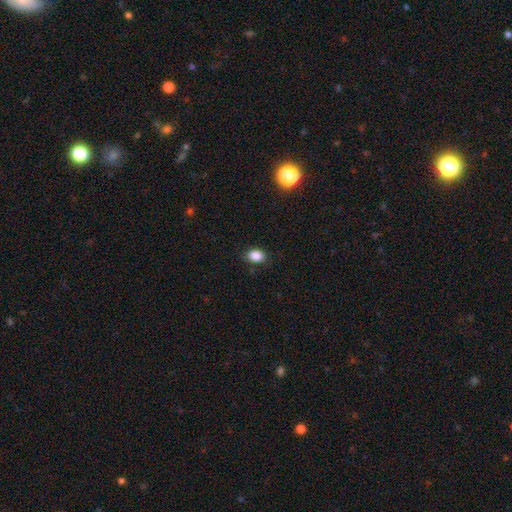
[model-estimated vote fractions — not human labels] A smooth galaxy with no disk features (87%) that is in between round and cigar-shaped (70%).

Vote fractions:
- Smooth or featured? smooth: 87% / star or artifact: 10% / featured or disk: 4%
- How rounded? in between: 70% / round: 29% / cigar-shaped: 1%
- Merging? none: 85% / minor disturbance: 12% / major disturbance: 3% / merger: 1%